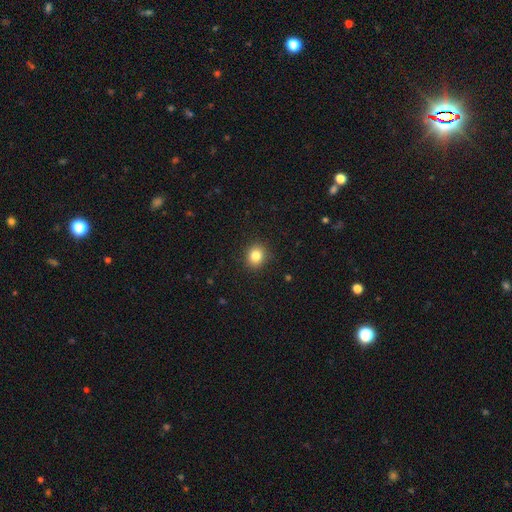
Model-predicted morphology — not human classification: Q: Smooth or featured?
A: smooth (84%); runner-up: star or artifact (11%)
Q: How rounded?
A: round (76%); runner-up: in between (23%)
Q: Merging?
A: none (90%); runner-up: minor disturbance (7%)